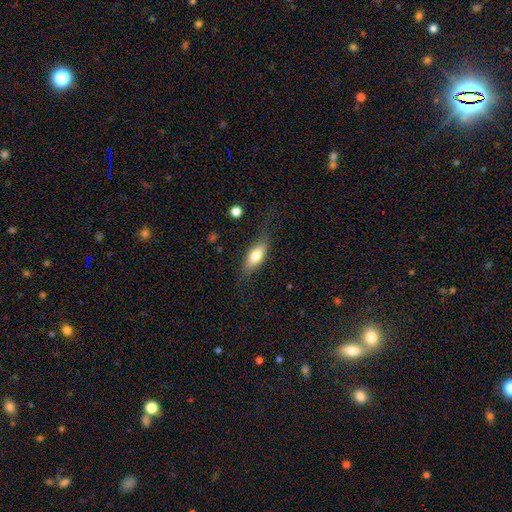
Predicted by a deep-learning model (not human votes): Morphology: type=smooth (71%); roundness=in between (73%); merging=none (69%).